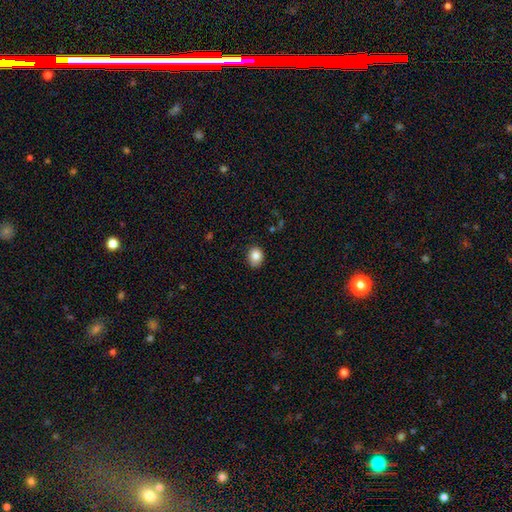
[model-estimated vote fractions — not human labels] Smooth or featured? Predicted: smooth (p=0.84). How rounded? Predicted: round (p=0.56). Merging? Predicted: none (p=0.81).